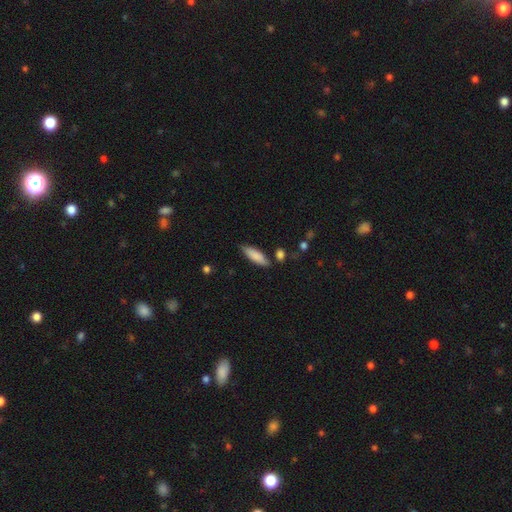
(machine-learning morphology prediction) Q: Smooth or featured?
A: smooth (84%); runner-up: featured or disk (10%)
Q: How rounded?
A: in between (52%); runner-up: cigar-shaped (46%)
Q: Merging?
A: none (78%); runner-up: minor disturbance (15%)